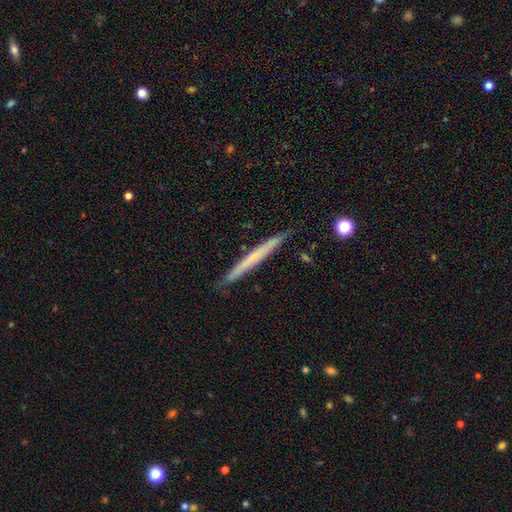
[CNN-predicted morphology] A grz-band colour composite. It shows a smooth galaxy with no disk features (50%) that is cigar-shaped (97%). Merging: none (88%).